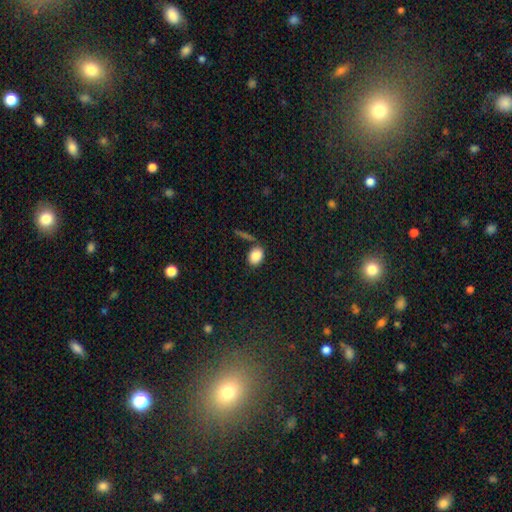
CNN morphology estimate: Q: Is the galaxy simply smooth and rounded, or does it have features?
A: smooth — 86%.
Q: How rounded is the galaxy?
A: in between — 64%.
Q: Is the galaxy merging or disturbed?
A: none — 69%.